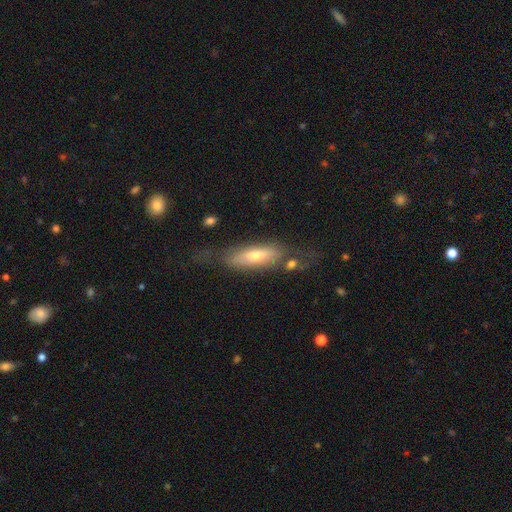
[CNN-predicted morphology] This appears to be a smooth galaxy with no disk features (48%). Merging: none (58%).